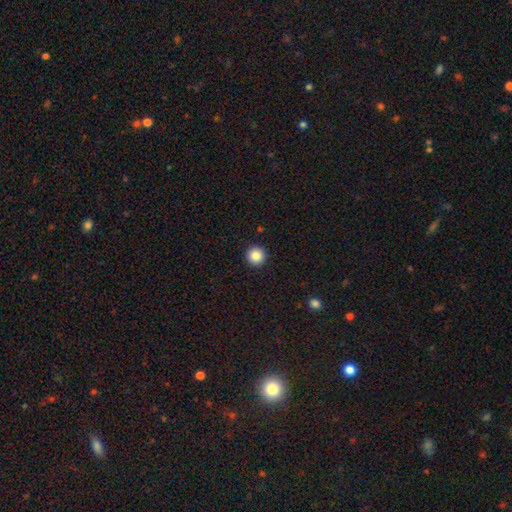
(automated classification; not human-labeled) Q: Smooth or featured?
A: smooth (86%); runner-up: star or artifact (10%)
Q: How rounded?
A: round (96%); runner-up: in between (3%)
Q: Merging?
A: none (94%); runner-up: minor disturbance (4%)